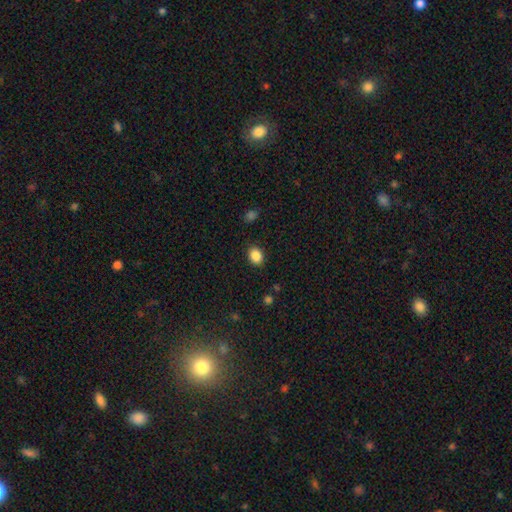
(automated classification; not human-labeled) This appears to be a smooth galaxy with no disk features (88%) that is in between round and cigar-shaped (61%). Merging: none (87%).